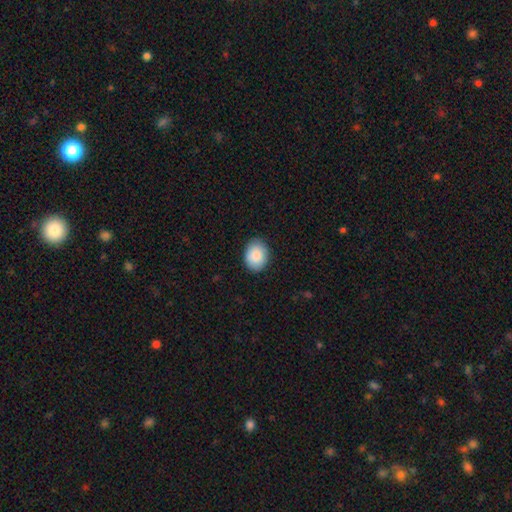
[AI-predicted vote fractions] smooth-or-featured: smooth: 87% | star or artifact: 7% | featured or disk: 6%
  how-rounded: in between: 62% | round: 38% | cigar-shaped: 1%
  merging: none: 88% | minor disturbance: 9% | major disturbance: 2% | merger: 1%